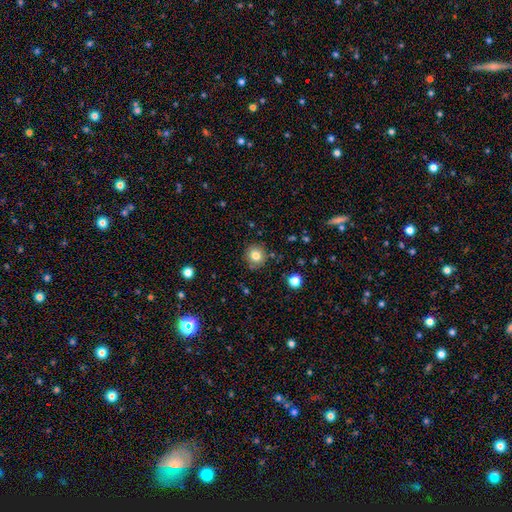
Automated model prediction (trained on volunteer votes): smooth-or-featured: smooth: 80% | star or artifact: 11% | featured or disk: 8%
  how-rounded: round: 92% | in between: 7% | cigar-shaped: 1%
  merging: none: 87% | minor disturbance: 8% | merger: 3% | major disturbance: 2%